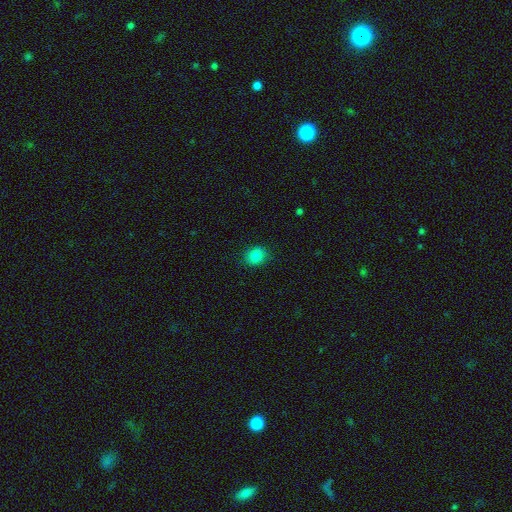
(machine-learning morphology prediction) A smooth galaxy with no disk features (84%) that is round (60%).

Vote fractions:
- Smooth or featured? smooth: 84% / star or artifact: 11% / featured or disk: 5%
- How rounded? round: 60% / in between: 39% / cigar-shaped: 1%
- Merging? none: 87% / minor disturbance: 9% / major disturbance: 3% / merger: 1%